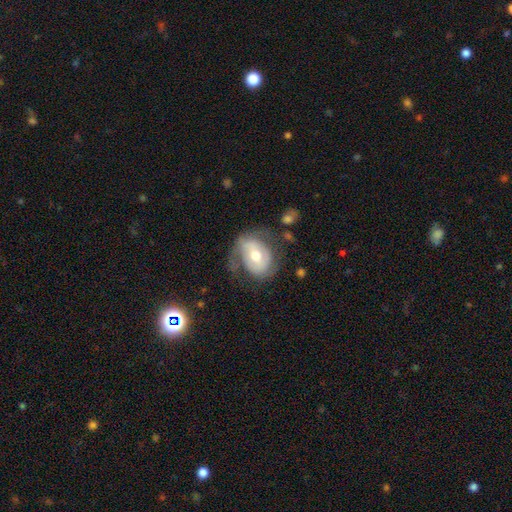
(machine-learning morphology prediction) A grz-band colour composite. It shows a featured or disk galaxy (63%) with a weak bar (40%), spiral arms (69%) and a moderate central bulge (68%). Merging: none (47%).